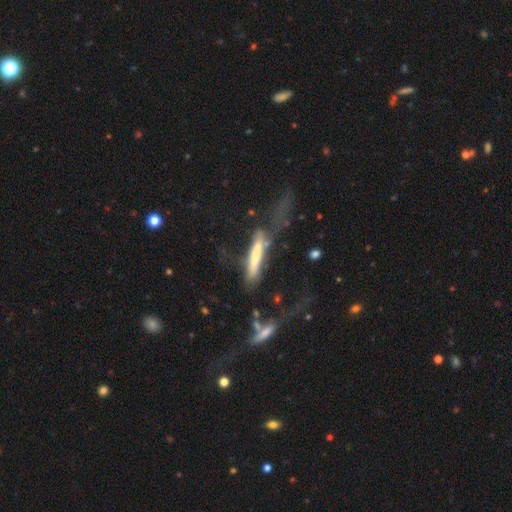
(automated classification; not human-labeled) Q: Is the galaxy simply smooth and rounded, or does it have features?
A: smooth — 52%.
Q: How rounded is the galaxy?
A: cigar-shaped — 89%.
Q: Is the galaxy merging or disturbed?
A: major disturbance — 34%, tied with none.